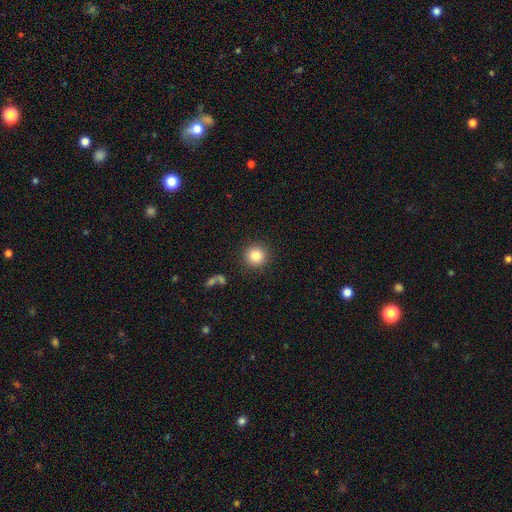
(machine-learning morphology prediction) This appears to be a smooth galaxy with no disk features (83%) that is round (94%). Merging: none (90%).